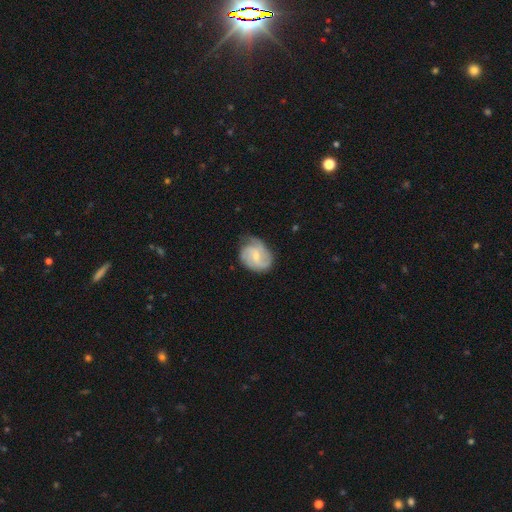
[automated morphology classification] Smooth or featured? featured or disk (74%)
Edge-on disk? no (98%)
Bar? weak (46%)
Spiral arms? yes (93%)
Spiral winding? medium (47%)
Spiral arm count? 3 (37%)
Bulge size? small (61%)
Merging? none (62%)